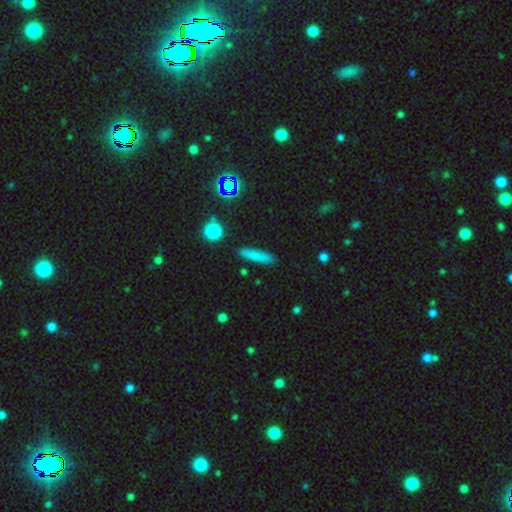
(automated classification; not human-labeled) smooth 76%, star or artifact 12%, featured or disk 12%. Down the decision tree: how rounded — cigar-shaped (87%); merging — none (88%).